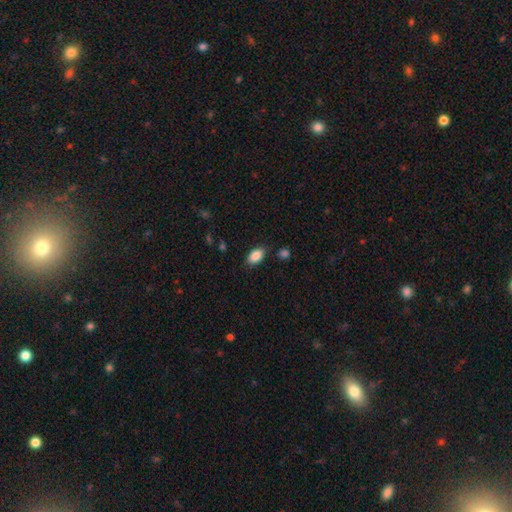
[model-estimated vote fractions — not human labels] smooth-or-featured: smooth: 87% | star or artifact: 7% | featured or disk: 6%
  how-rounded: in between: 92% | round: 6% | cigar-shaped: 2%
  merging: none: 83% | minor disturbance: 12% | major disturbance: 3% | merger: 2%